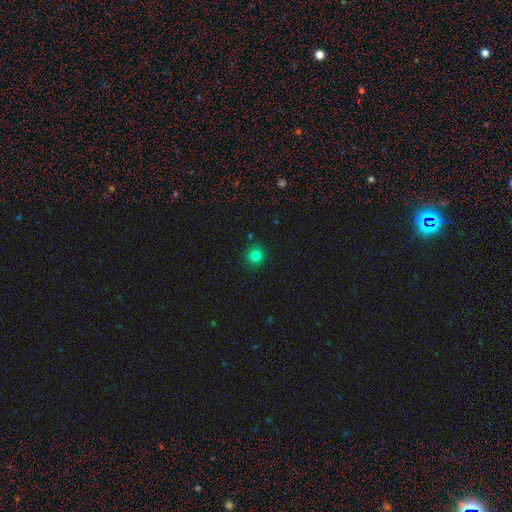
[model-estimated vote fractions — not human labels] This is clearly a smooth galaxy (80%). How rounded: clearly round (94%). Merging: clearly none (90%).